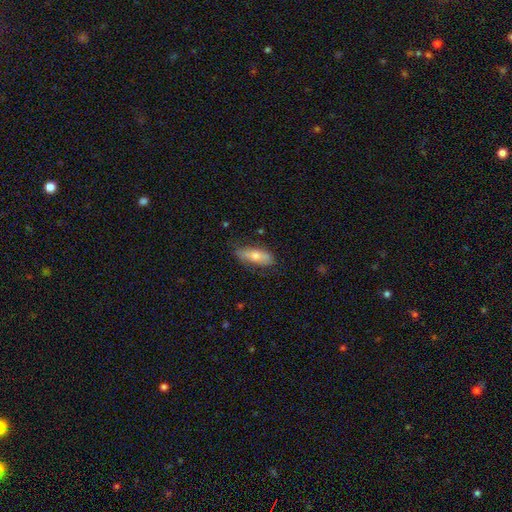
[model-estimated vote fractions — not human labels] A smooth galaxy with no disk features (62%) that is in between round and cigar-shaped (67%).

Vote fractions:
- Smooth or featured? smooth: 62% / featured or disk: 31% / star or artifact: 7%
- How rounded? in between: 67% / cigar-shaped: 31% / round: 3%
- Merging? none: 73% / minor disturbance: 21% / major disturbance: 4% / merger: 2%